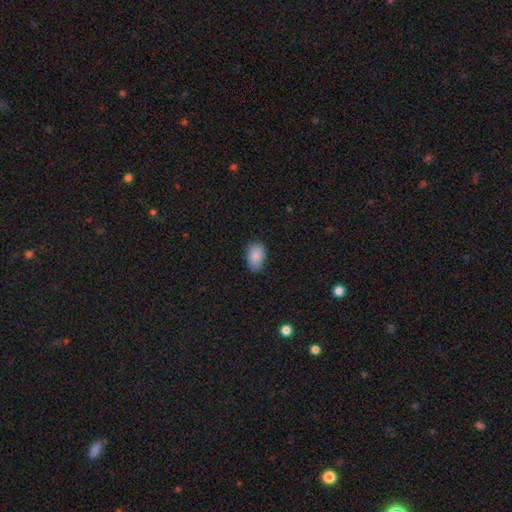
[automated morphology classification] Q: Smooth or featured?
A: smooth (86%); runner-up: star or artifact (8%)
Q: How rounded?
A: in between (85%); runner-up: round (13%)
Q: Merging?
A: none (78%); runner-up: minor disturbance (18%)